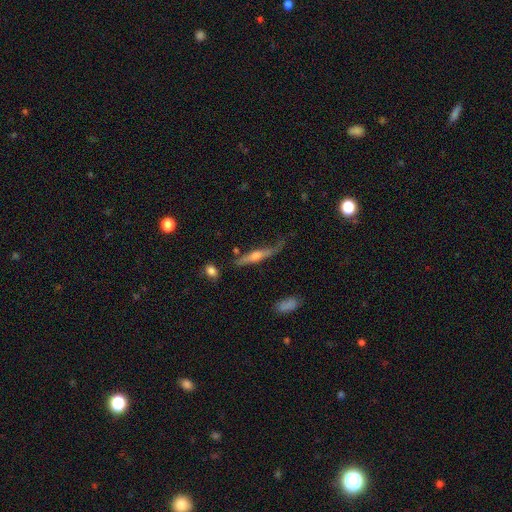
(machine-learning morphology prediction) This is likely a featured or disk galaxy (63%). It is clearly viewed edge-on (85%). Edge-on bulge: clearly rounded (84%). Merging: possibly none (51%).